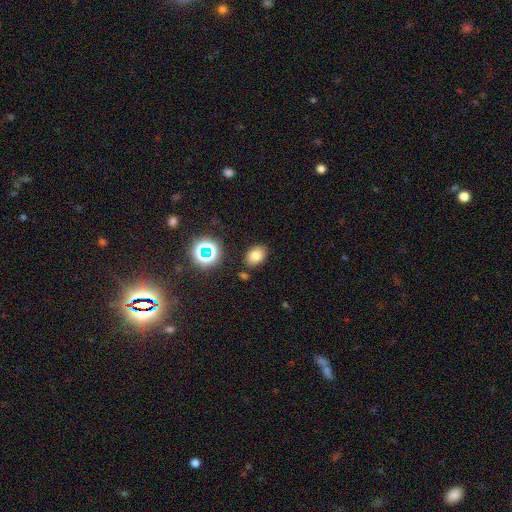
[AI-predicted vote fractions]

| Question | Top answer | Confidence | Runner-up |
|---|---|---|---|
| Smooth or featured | smooth | 75% | star or artifact (16%) |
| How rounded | in between | 68% | round (31%) |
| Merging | none | 83% | minor disturbance (10%) |